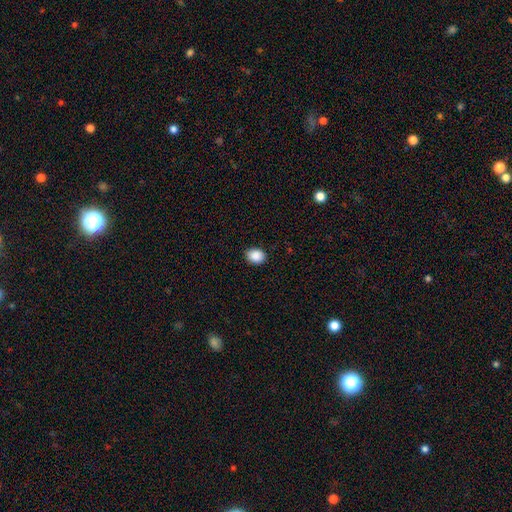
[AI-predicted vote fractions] Smooth or featured? smooth (89%)
How rounded? in between (52%)
Merging? none (88%)